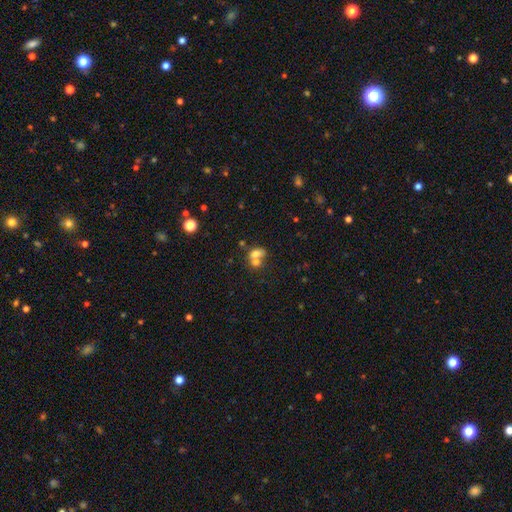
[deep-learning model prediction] A smooth galaxy with no disk features (67%) that is in between round and cigar-shaped (60%). Merging: merger (64%).